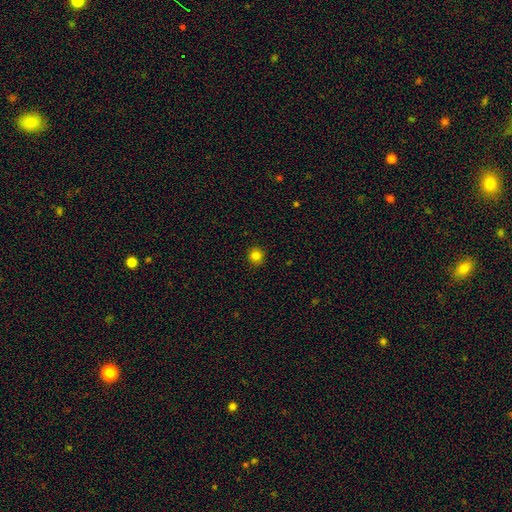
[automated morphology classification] The model was most divided on "smooth or featured": smooth: 82%, star or artifact: 13%, featured or disk: 5%. More confident: how rounded — round (93%); merging — none (92%).